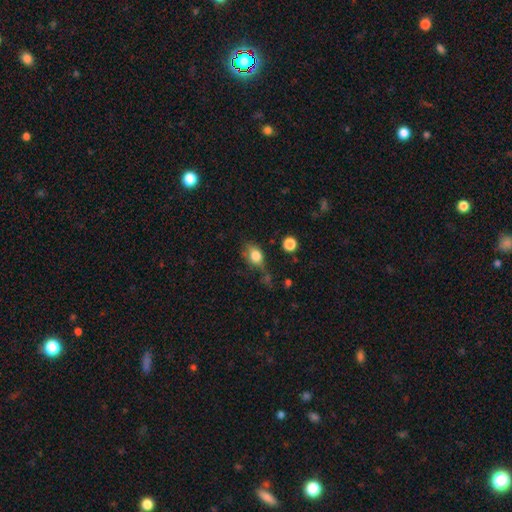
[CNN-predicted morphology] type=smooth (75%); roundness=in between (59%); merging=none (48%).